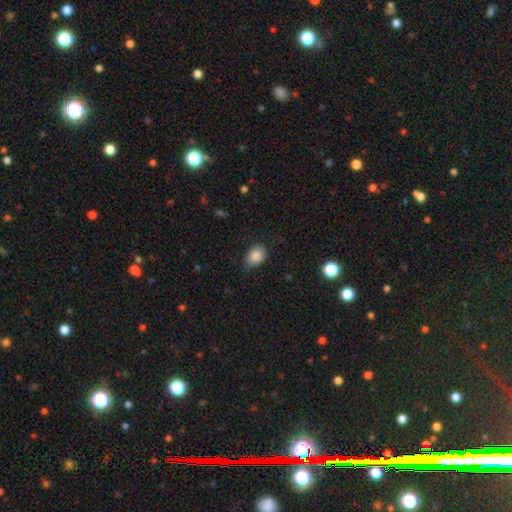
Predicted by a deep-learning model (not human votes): This is clearly a smooth galaxy (86%). How rounded: possibly in between (56%). Merging: likely none (66%).